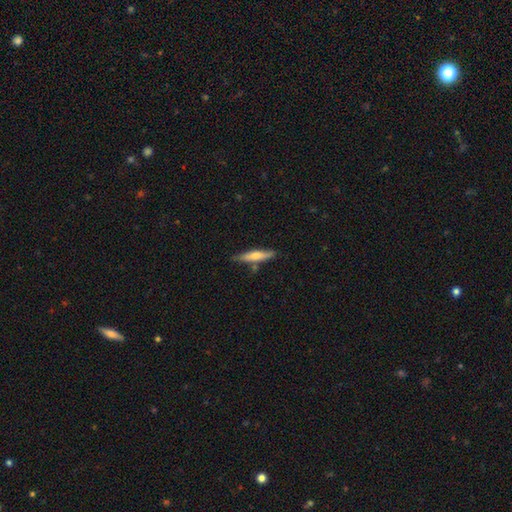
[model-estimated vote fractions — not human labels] smooth_or_featured: smooth (p=0.64) [alt: featured or disk p=0.31]
how_rounded: cigar-shaped (p=0.87) [alt: in between p=0.11]
merging: none (p=0.77) [alt: minor disturbance p=0.15]